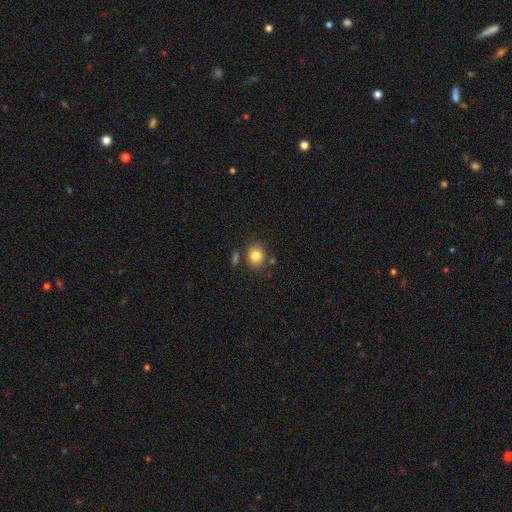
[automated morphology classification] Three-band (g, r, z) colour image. It shows a smooth galaxy with no disk features (82%) that is round (76%). Merging: none (79%).